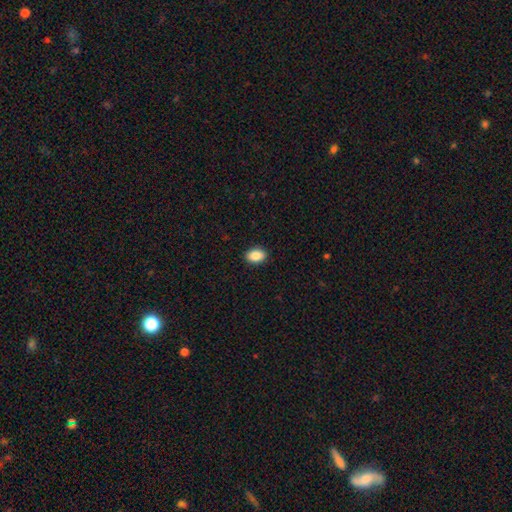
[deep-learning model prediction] A smooth galaxy with no disk features (88%) that is in between round and cigar-shaped (85%).

Vote fractions:
- Smooth or featured? smooth: 88% / star or artifact: 8% / featured or disk: 5%
- How rounded? in between: 85% / round: 14% / cigar-shaped: 1%
- Merging? none: 91% / minor disturbance: 7% / major disturbance: 2% / merger: 1%